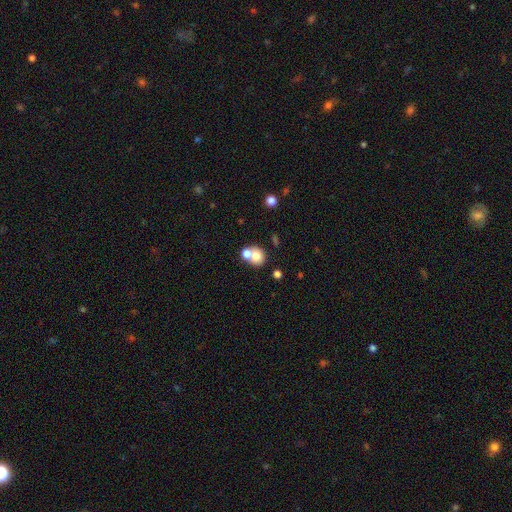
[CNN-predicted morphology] This appears to be a smooth galaxy with no disk features (73%) that is round (71%). Merging: merger (52%).